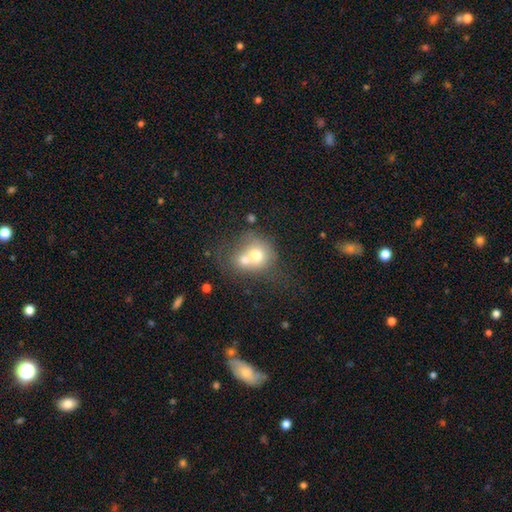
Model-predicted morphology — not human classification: Smooth or featured? smooth (65%)
How rounded? round (70%)
Merging? merger (66%)